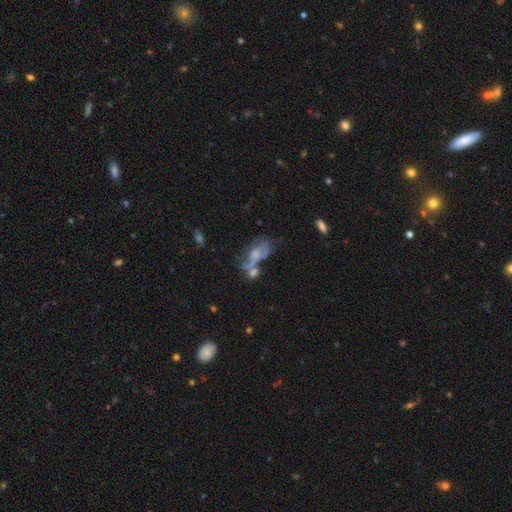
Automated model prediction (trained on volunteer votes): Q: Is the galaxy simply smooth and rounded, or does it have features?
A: featured or disk — 52%.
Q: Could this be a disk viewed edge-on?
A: no — 93%.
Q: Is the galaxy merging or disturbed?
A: merger — 36%.